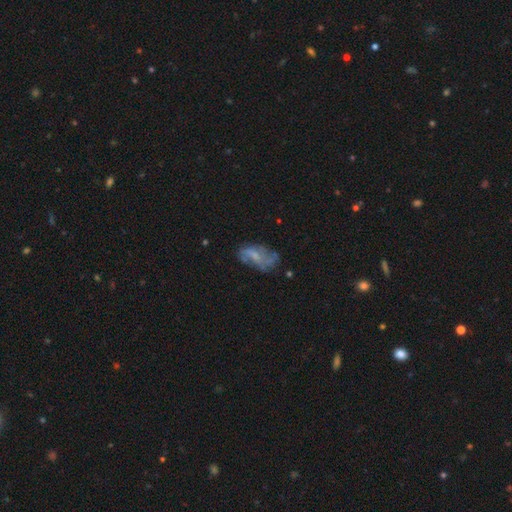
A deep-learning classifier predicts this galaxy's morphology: smooth-or-featured: featured or disk: 58% | smooth: 32% | star or artifact: 10%
  disk-edge-on: no: 95% | yes: 5%
    bar: no: 52% | weak: 40% | strong: 8%
    has-spiral-arms: yes: 66% | no: 34%
    bulge-size: small: 45% | moderate: 28% | none: 24% | large: 2% | dominant: 1%
  merging: none: 54% | minor disturbance: 24% | major disturbance: 17% | merger: 4%